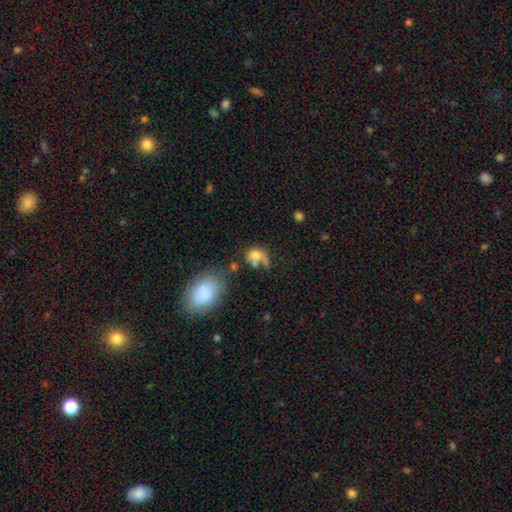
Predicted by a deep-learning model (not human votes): The model was most divided on "merging": none: 31%, merger: 28%, major disturbance: 24%, minor disturbance: 18%. More confident: smooth or featured — smooth (70%); how rounded — in between (60%).